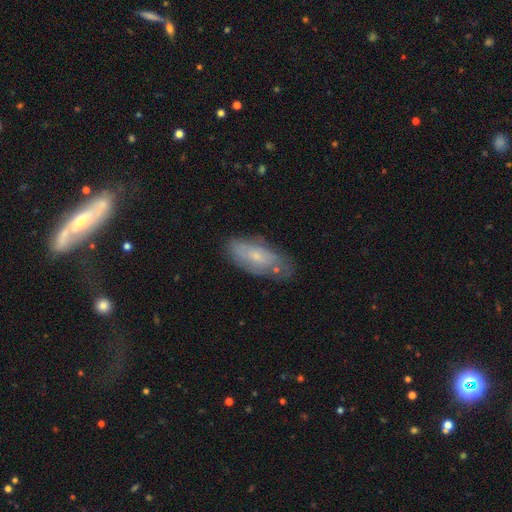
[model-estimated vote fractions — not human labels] Smooth or featured? smooth (53%)
How rounded? in between (81%)
Merging? none (65%)